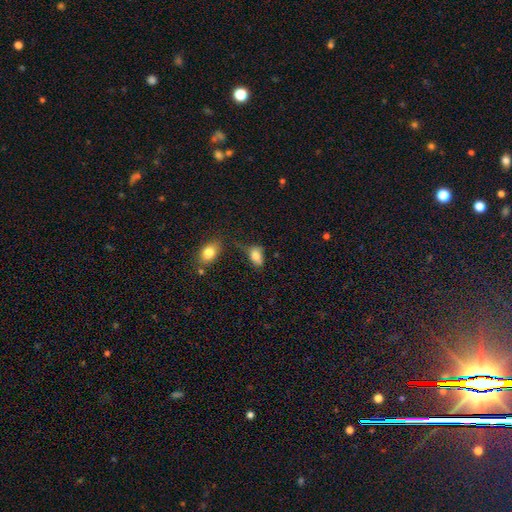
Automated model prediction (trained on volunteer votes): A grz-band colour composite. It shows a smooth galaxy with no disk features (81%) that is in between round and cigar-shaped (86%). Merging: none (43%).